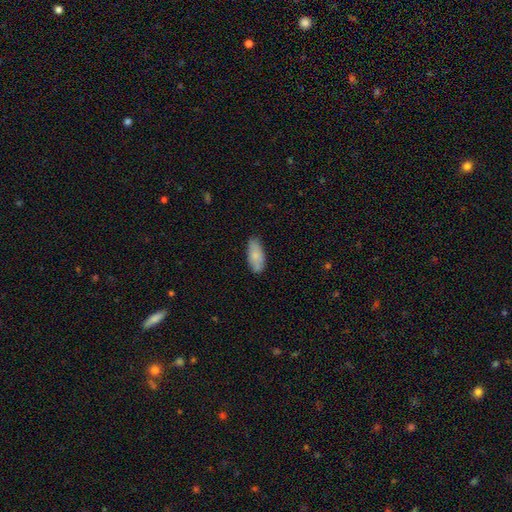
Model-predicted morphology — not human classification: A smooth galaxy with no disk features (78%) that is in between round and cigar-shaped (86%). Merging: none (81%).